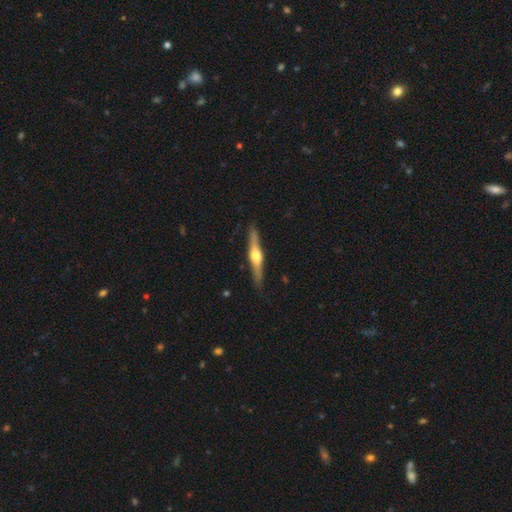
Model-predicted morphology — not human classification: This is likely a featured or disk galaxy (73%). It is clearly viewed edge-on (98%). Edge-on bulge: clearly rounded (93%). Merging: clearly none (89%).